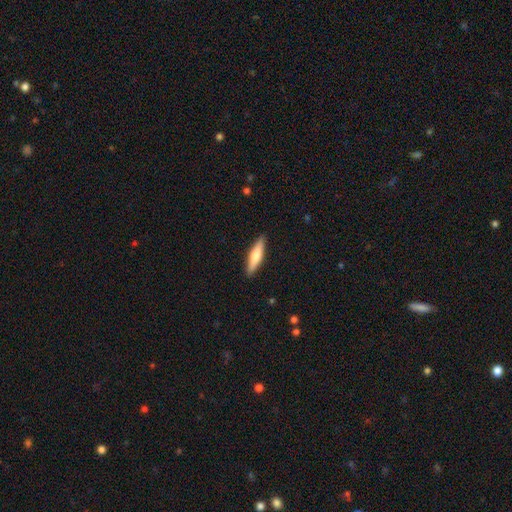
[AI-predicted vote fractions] A smooth galaxy with no disk features (62%) that is cigar-shaped (74%). Merging: none (90%).